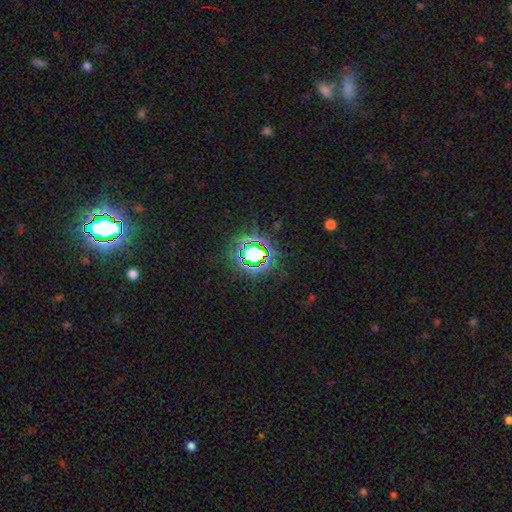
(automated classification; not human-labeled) Smooth or featured? star or artifact (73%)